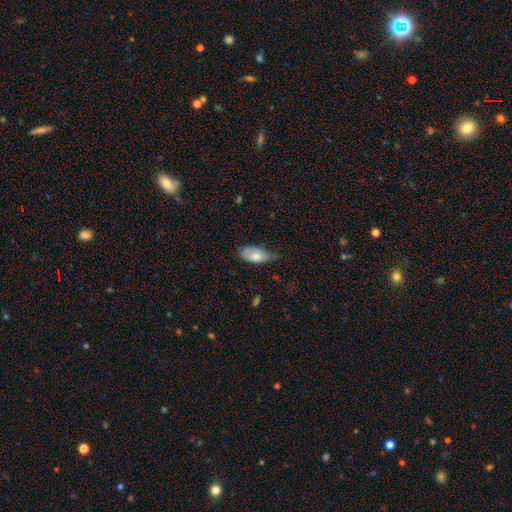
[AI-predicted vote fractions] smooth_or_featured: smooth (p=0.75) [alt: featured or disk p=0.18]
how_rounded: in between (p=0.92) [alt: cigar-shaped p=0.05]
merging: none (p=0.46) [alt: minor disturbance p=0.42]